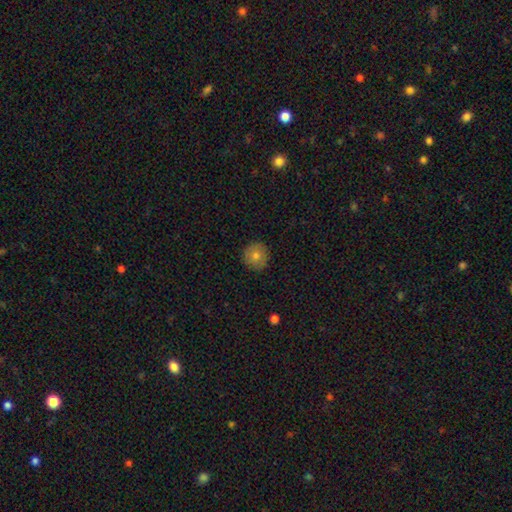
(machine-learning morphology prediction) Smooth or featured: smooth — 73% (featured or disk — 17%)
How rounded: round — 95% (in between — 4%)
Merging: none — 91% (minor disturbance — 6%)